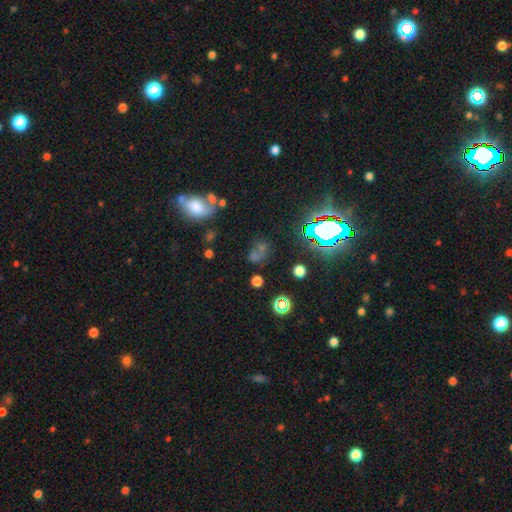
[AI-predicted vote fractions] This appears to be a smooth galaxy with no disk features (43%, tied with star or artifact). Merging: none (50%).